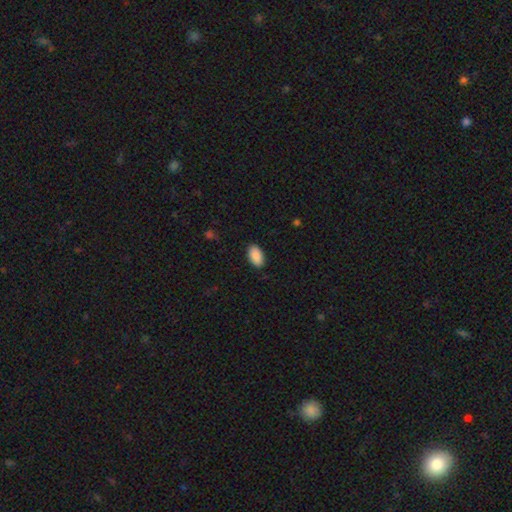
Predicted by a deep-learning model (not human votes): This appears to be a smooth galaxy with no disk features (91%) that is in between round and cigar-shaped (95%). Merging: none (89%).